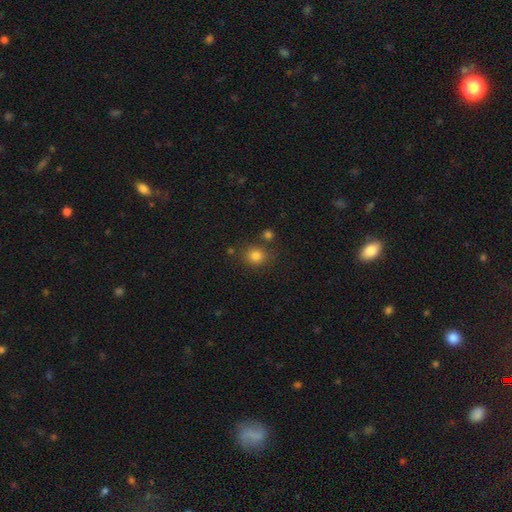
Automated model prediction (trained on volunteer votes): Morphology: type=smooth (82%); roundness=round (78%); merging=none (77%).